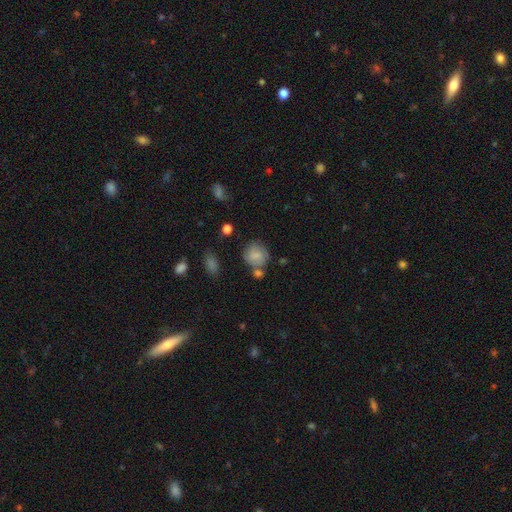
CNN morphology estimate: smooth 77%, featured or disk 15%, star or artifact 8%. Down the decision tree: how rounded — round (76%); merging — none (59%).